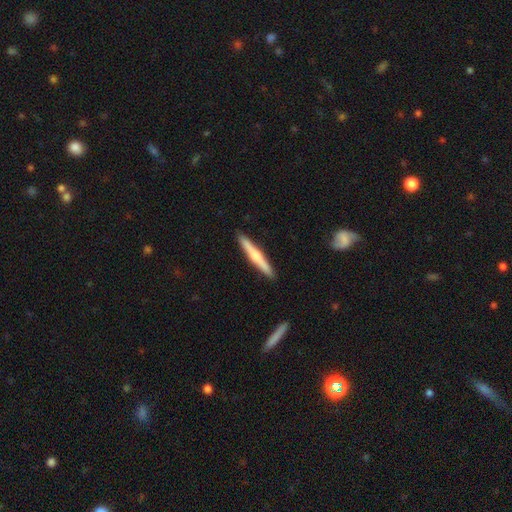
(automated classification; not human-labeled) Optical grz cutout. It shows a featured or disk galaxy (50%) viewed edge-on (97%). Merging: none (92%).